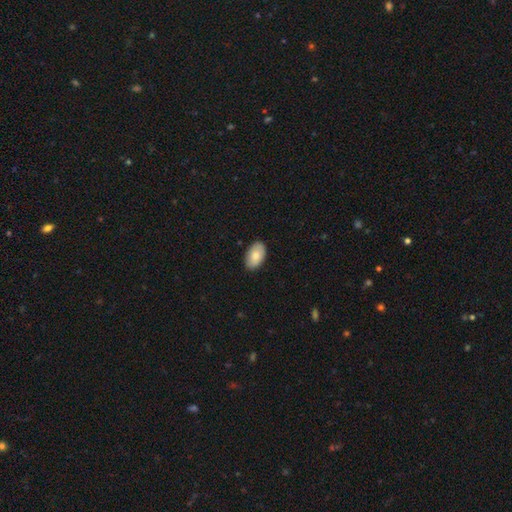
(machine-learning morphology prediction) Overall: smooth (83%). How rounded: in between (95%). Merging: none (88%).